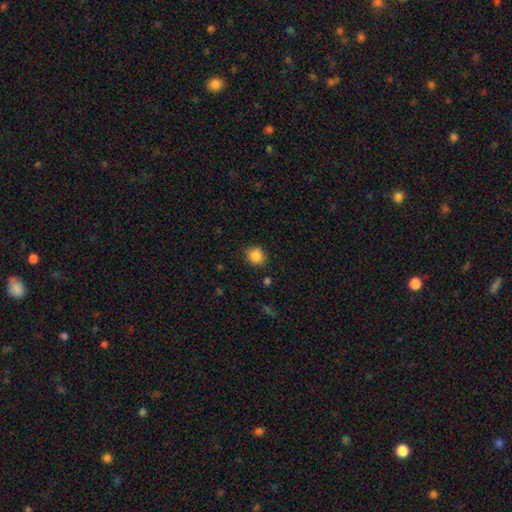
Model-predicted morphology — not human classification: Q: Smooth or featured?
A: smooth (87%); runner-up: star or artifact (10%)
Q: How rounded?
A: round (80%); runner-up: in between (20%)
Q: Merging?
A: none (86%); runner-up: minor disturbance (10%)